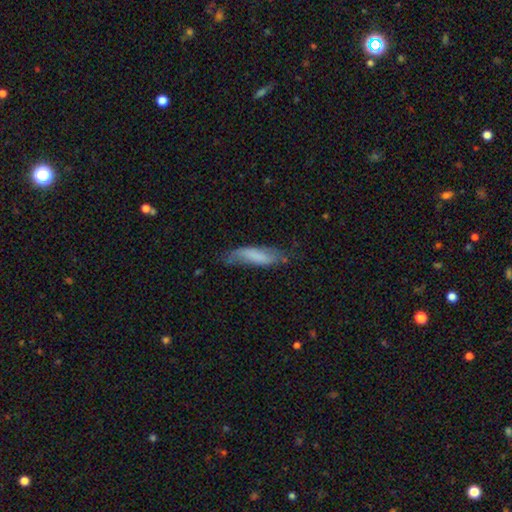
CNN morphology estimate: Smooth or featured? Predicted: smooth (p=0.65). How rounded? Predicted: cigar-shaped (p=0.62). Merging? Predicted: none (p=0.53).